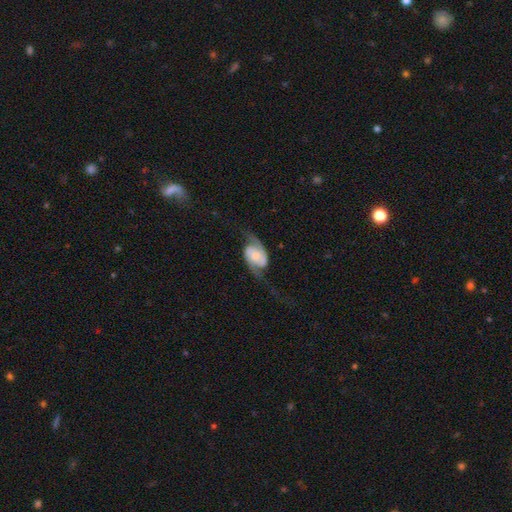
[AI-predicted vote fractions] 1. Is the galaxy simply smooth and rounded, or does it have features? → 80% featured or disk, 14% smooth, 6% star or artifact.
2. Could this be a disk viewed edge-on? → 96% no, 4% yes.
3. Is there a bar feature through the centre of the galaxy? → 61% no, 28% weak, 11% strong.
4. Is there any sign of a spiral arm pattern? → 94% yes, 6% no.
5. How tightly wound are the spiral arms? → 60% loose, 29% medium, 11% tight.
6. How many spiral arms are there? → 92% 2, 3% can't tell, 2% 1, 1% 3, 1% 4, 1% more than 4.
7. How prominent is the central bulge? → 38% small, 36% moderate, 12% large, 9% none, 5% dominant.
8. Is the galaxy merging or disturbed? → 57% none, 23% major disturbance, 18% minor disturbance, 2% merger.